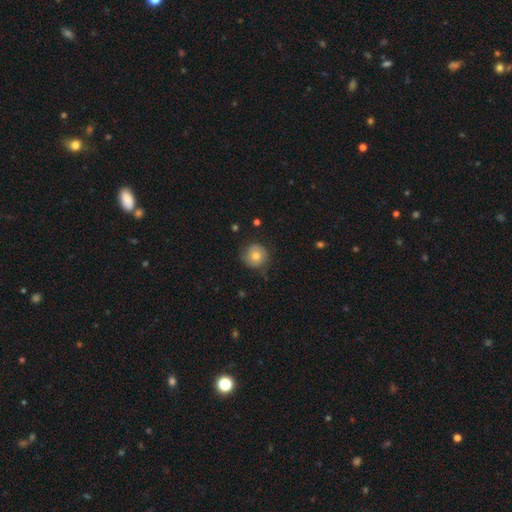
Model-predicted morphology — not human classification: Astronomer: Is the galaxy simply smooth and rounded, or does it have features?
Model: smooth — 70%.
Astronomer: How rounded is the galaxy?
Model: round — 92%.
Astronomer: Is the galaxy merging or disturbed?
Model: none — 75%.